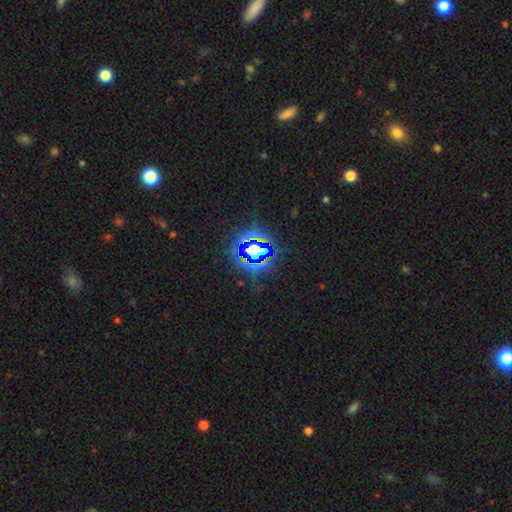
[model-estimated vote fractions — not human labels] smooth_or_featured: star or artifact (p=0.80) [alt: smooth p=0.12]